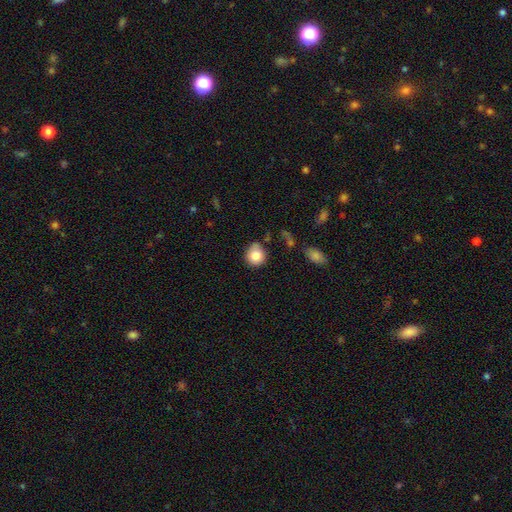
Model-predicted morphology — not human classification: A smooth galaxy with no disk features (83%) that is round (85%). Merging: none (67%).